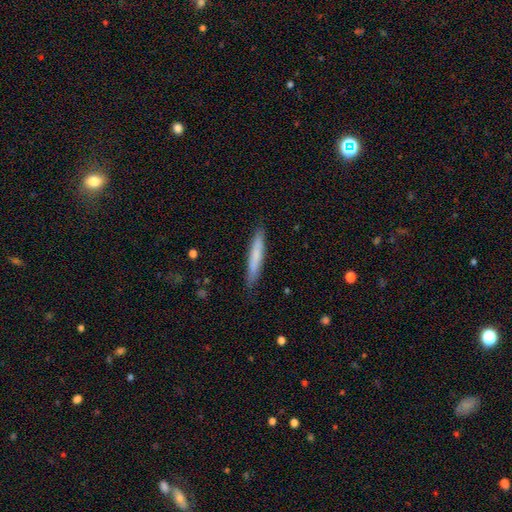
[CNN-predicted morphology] A smooth galaxy with no disk features (71%) that is cigar-shaped (94%).

Vote fractions:
- Smooth or featured? smooth: 71% / featured or disk: 23% / star or artifact: 6%
- How rounded? cigar-shaped: 94% / in between: 5% / round: 1%
- Merging? none: 88% / minor disturbance: 9% / major disturbance: 2% / merger: 1%